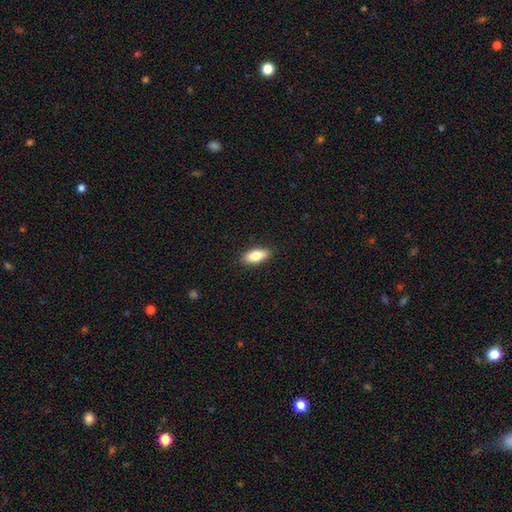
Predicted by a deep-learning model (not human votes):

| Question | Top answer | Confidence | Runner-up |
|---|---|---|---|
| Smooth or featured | smooth | 80% | featured or disk (13%) |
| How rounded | in between | 83% | cigar-shaped (14%) |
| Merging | none | 89% | minor disturbance (8%) |